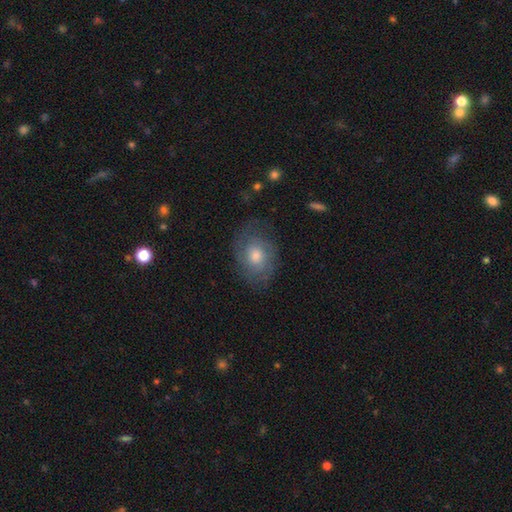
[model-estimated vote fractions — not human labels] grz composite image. It shows a featured or disk galaxy (57%) with no bar (79%), spiral arms (81%) and a moderate central bulge (67%). Merging: none (72%).